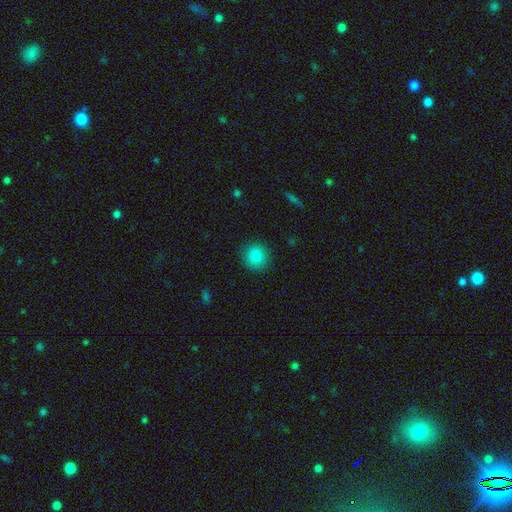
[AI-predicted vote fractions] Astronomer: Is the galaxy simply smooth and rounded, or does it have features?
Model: smooth — 82%.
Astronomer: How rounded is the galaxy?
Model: round — 92%.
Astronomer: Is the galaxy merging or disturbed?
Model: none — 91%.